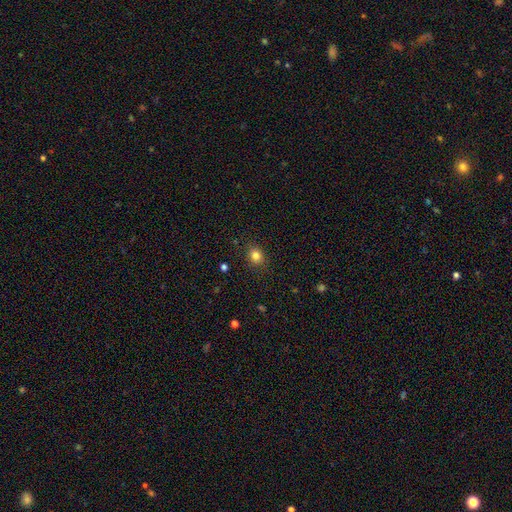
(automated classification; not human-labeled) Smooth or featured?
  - smooth: 82% *
  - star or artifact: 12%
  - featured or disk: 6%
How rounded?
  - round: 62% *
  - in between: 37%
  - cigar-shaped: 1%
Merging?
  - none: 88% *
  - minor disturbance: 8%
  - major disturbance: 2%
  - merger: 1%